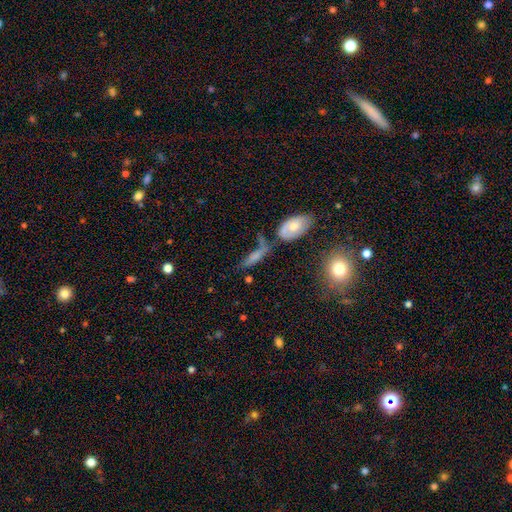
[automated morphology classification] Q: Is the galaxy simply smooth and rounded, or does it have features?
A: smooth — 60%.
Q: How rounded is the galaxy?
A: in between — 55%.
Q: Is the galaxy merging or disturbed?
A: merger — 33%, tied with none.